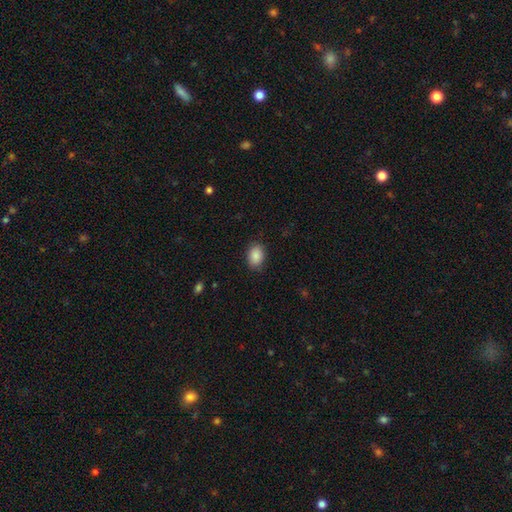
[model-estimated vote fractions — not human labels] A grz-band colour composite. It shows a smooth galaxy with no disk features (89%) that is in between round and cigar-shaped (79%). Merging: none (85%).